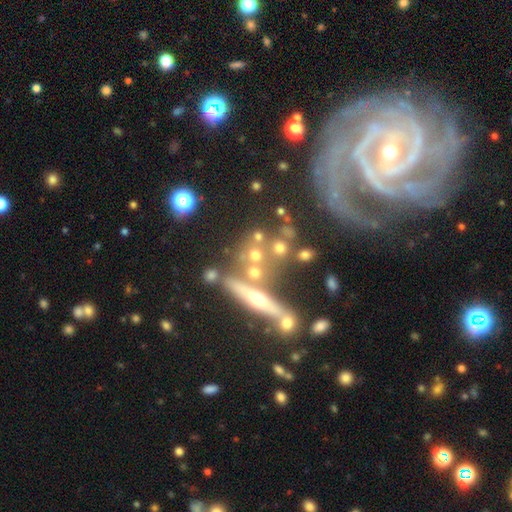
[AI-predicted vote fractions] Morphology: type=featured or disk (76%); edge-on=yes (56%); merging=none (44%).